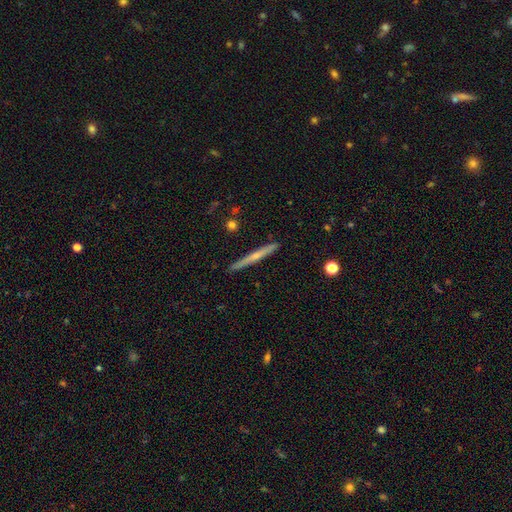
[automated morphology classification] type=featured or disk (61%); edge-on=yes (98%); edge-on bulge=rounded (55%); merging=none (90%).